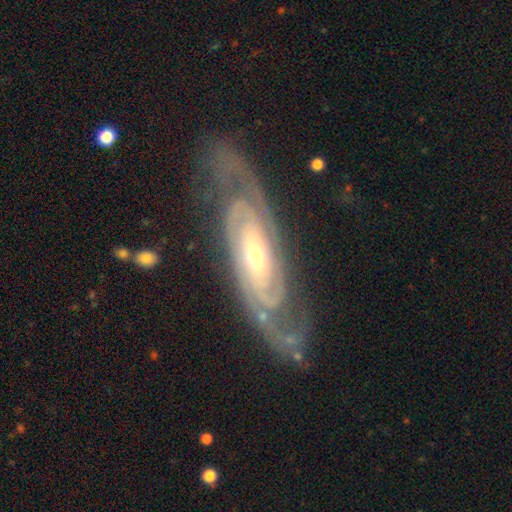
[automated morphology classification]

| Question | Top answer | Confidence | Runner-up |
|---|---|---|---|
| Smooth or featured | featured or disk | 90% | smooth (5%) |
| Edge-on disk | no | 91% | yes (9%) |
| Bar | no | 53% | weak (29%) |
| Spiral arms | yes | 97% | no (3%) |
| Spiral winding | tight | 67% | medium (27%) |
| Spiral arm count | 2 | 71% | can't tell (12%) |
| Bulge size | small | 52% | moderate (42%) |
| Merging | none | 77% | minor disturbance (14%) |